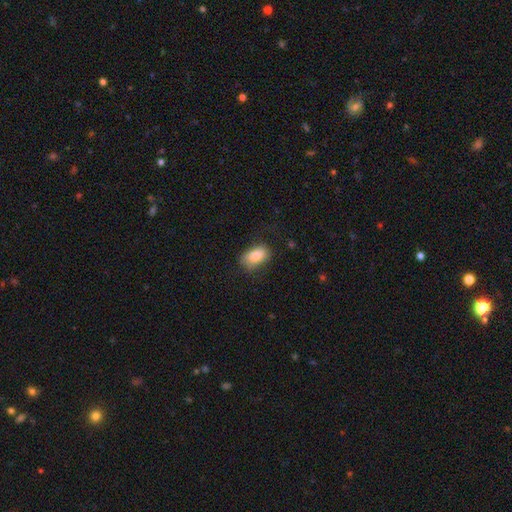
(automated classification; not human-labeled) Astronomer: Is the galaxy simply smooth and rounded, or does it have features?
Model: smooth — 84%.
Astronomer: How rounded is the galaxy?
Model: in between — 91%.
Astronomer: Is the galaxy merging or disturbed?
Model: none — 66%.